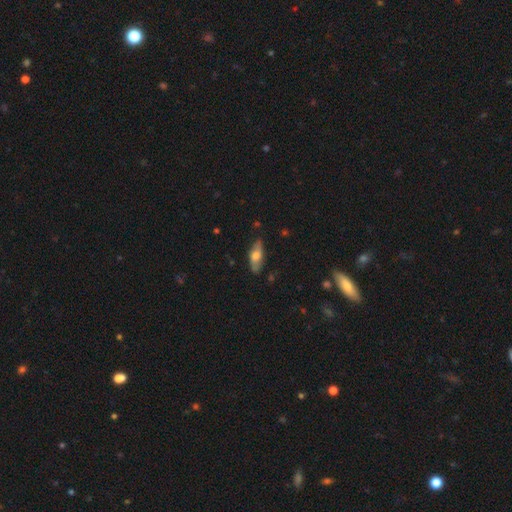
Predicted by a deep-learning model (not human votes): Smooth or featured?
  - smooth: 59% *
  - featured or disk: 34%
  - star or artifact: 6%
How rounded?
  - in between: 72% *
  - cigar-shaped: 25%
  - round: 3%
Merging?
  - none: 79% *
  - minor disturbance: 16%
  - major disturbance: 3%
  - merger: 1%